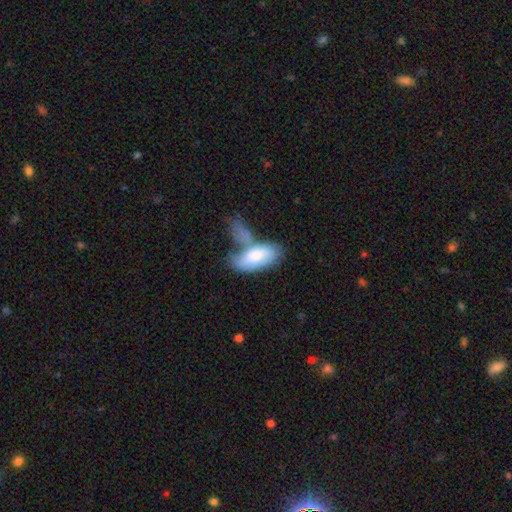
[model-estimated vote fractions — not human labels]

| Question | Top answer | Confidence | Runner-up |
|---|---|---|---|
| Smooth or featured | smooth | 72% | featured or disk (23%) |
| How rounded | in between | 88% | cigar-shaped (9%) |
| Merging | merger | 44% | none (26%) |